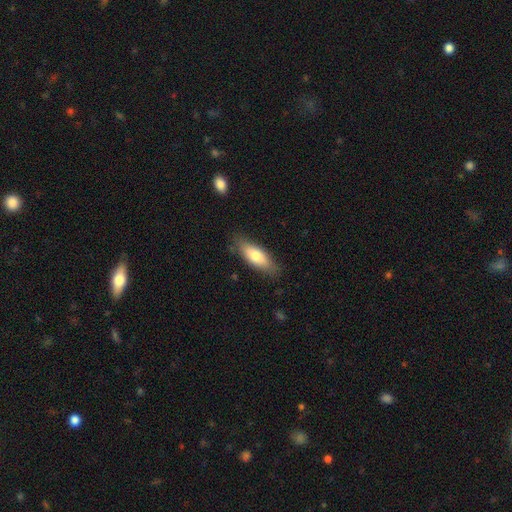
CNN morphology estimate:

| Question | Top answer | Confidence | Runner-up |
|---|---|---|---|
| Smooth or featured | smooth | 72% | featured or disk (22%) |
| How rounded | in between | 65% | cigar-shaped (33%) |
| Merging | none | 80% | minor disturbance (15%) |